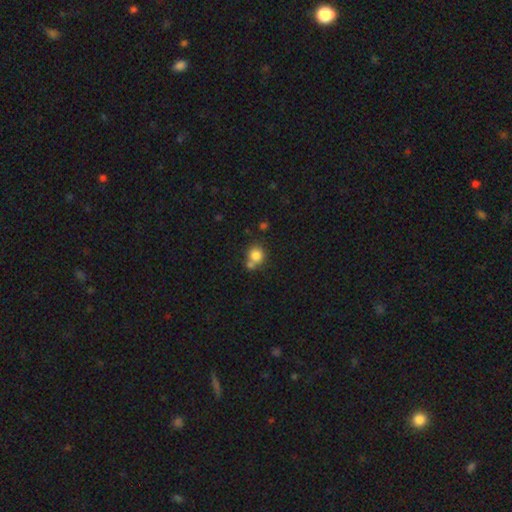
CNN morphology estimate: smooth_or_featured: smooth (p=0.81) [alt: star or artifact p=0.11]
how_rounded: round (p=0.82) [alt: in between p=0.17]
merging: none (p=0.50) [alt: merger p=0.35]